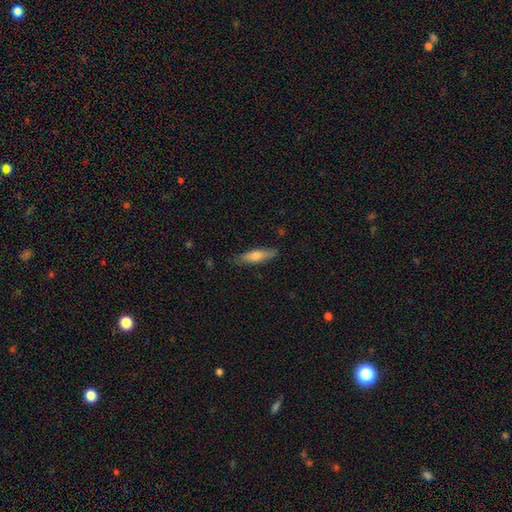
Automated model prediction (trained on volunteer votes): A smooth galaxy with no disk features (67%) that is cigar-shaped (69%).

Vote fractions:
- Smooth or featured? smooth: 67% / featured or disk: 27% / star or artifact: 6%
- How rounded? cigar-shaped: 69% / in between: 29% / round: 2%
- Merging? none: 81% / minor disturbance: 15% / major disturbance: 3% / merger: 1%